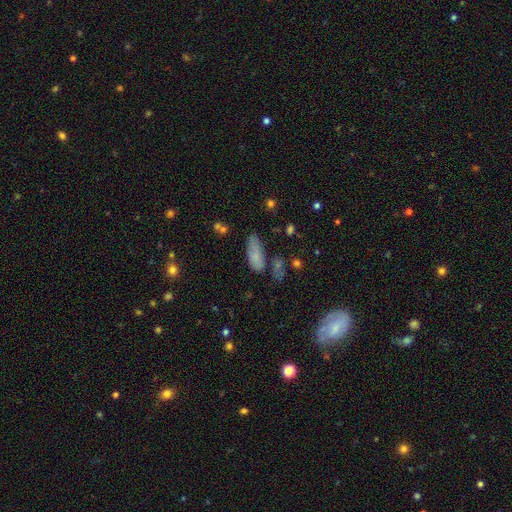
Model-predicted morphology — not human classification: Smooth or featured: smooth — 75% (featured or disk — 15%)
How rounded: in between — 74% (cigar-shaped — 23%)
Merging: none — 61% (minor disturbance — 24%)